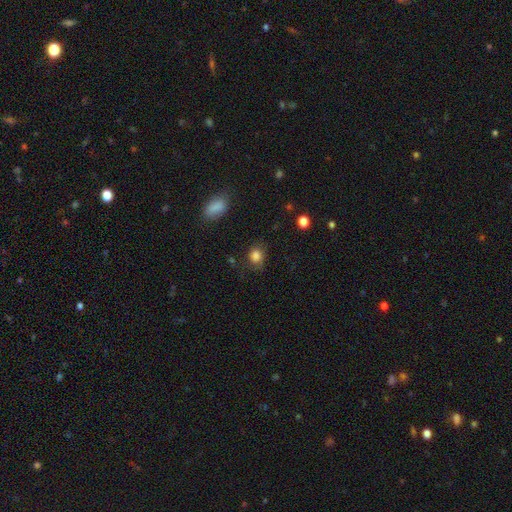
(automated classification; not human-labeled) Smooth or featured: smooth — 82% (star or artifact — 11%)
How rounded: round — 63% (in between — 36%)
Merging: none — 65% (minor disturbance — 23%)